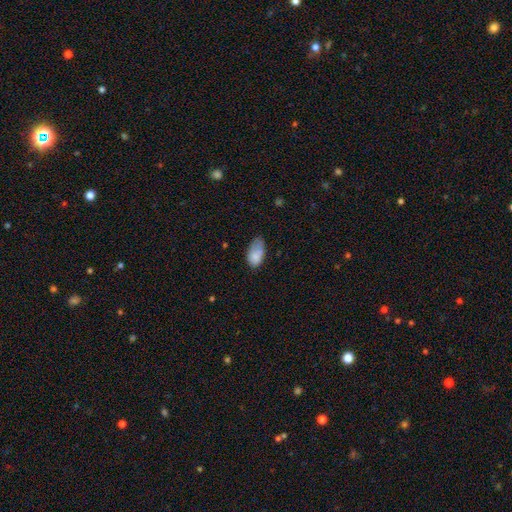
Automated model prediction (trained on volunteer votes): This appears to be a smooth galaxy with no disk features (79%) that is in between round and cigar-shaped (93%). Merging: none (42%).